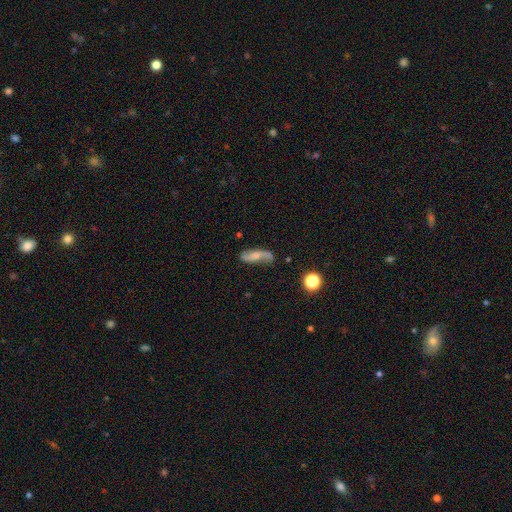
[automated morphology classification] smooth-or-featured: featured or disk: 54% | smooth: 37% | star or artifact: 9%
  disk-edge-on: no: 85% | yes: 15%
  merging: none: 63% | minor disturbance: 24% | major disturbance: 9% | merger: 4%